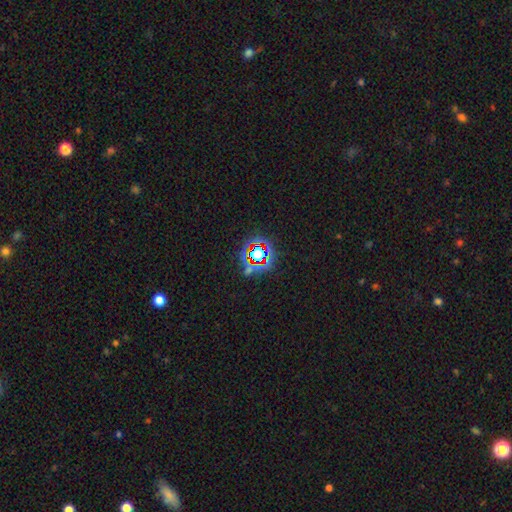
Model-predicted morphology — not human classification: This appears to be a star or artifact, not a galaxy (71%).